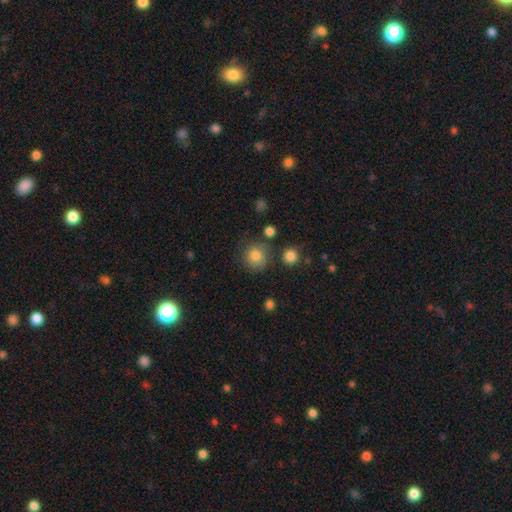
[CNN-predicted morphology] The model was most divided on "merging": none: 78%, minor disturbance: 12%, merger: 6%, major disturbance: 4%. More confident: how rounded — round (91%); smooth or featured — smooth (82%).